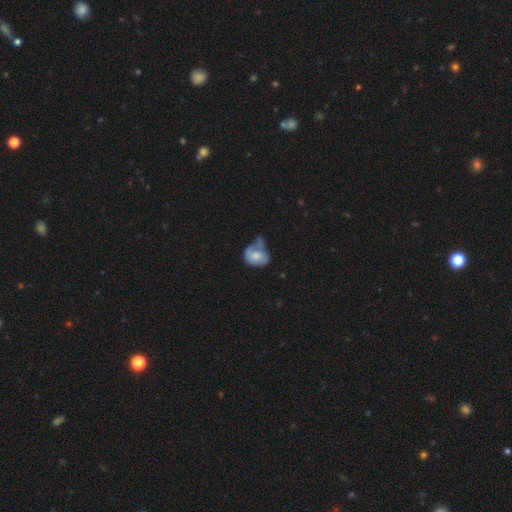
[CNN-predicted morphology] Smooth or featured? smooth (64%)
How rounded? in between (53%)
Merging? minor disturbance (30%)